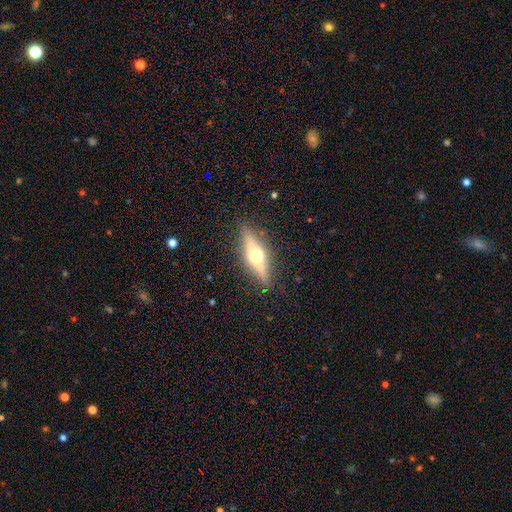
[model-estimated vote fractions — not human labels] This is likely a featured or disk galaxy (64%). It is clearly viewed edge-on (93%). Edge-on bulge: clearly rounded (95%). Merging: clearly none (87%).